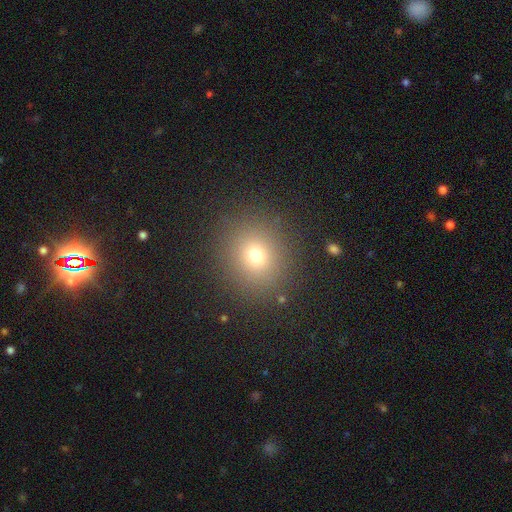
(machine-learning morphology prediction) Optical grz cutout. It shows a smooth galaxy with no disk features (72%) that is round (83%). Merging: none (89%).